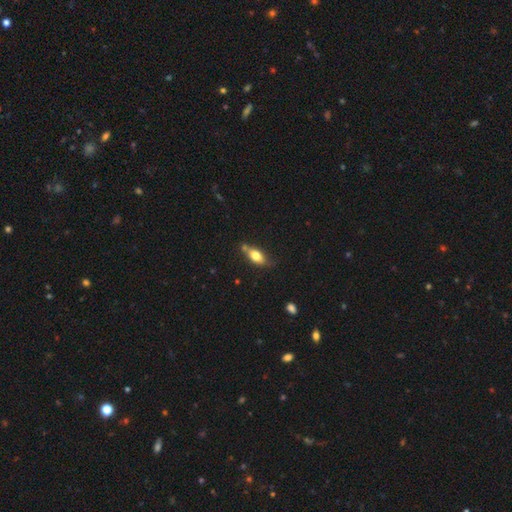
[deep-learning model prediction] Morphology: type=smooth (72%); roundness=in between (81%); merging=none (62%).